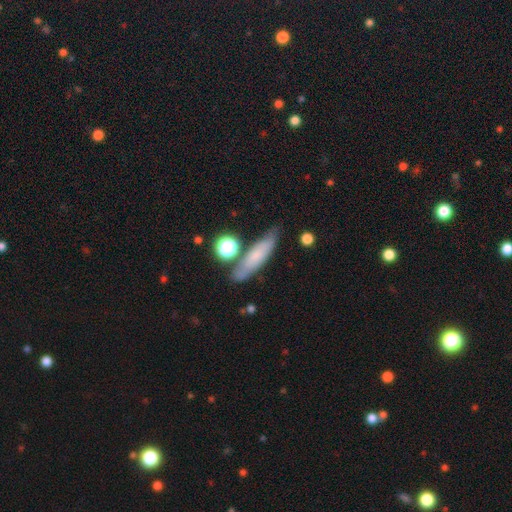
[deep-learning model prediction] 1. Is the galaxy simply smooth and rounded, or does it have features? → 64% smooth, 27% featured or disk, 9% star or artifact.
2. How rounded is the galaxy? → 69% cigar-shaped, 27% in between, 4% round.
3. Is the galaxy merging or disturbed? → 71% none, 16% minor disturbance, 8% merger, 5% major disturbance.